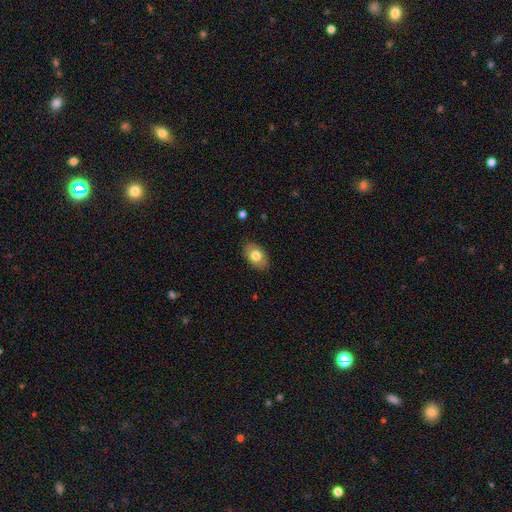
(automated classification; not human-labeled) Smooth or featured: smooth — 76% (featured or disk — 17%)
How rounded: in between — 86% (round — 12%)
Merging: none — 86% (minor disturbance — 11%)